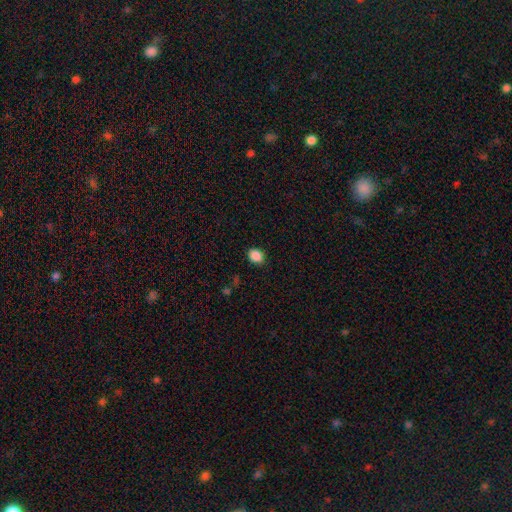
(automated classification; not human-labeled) The model was most divided on "how rounded": round: 55%, in between: 44%, cigar-shaped: 1%. More confident: merging — none (89%); smooth or featured — smooth (88%).